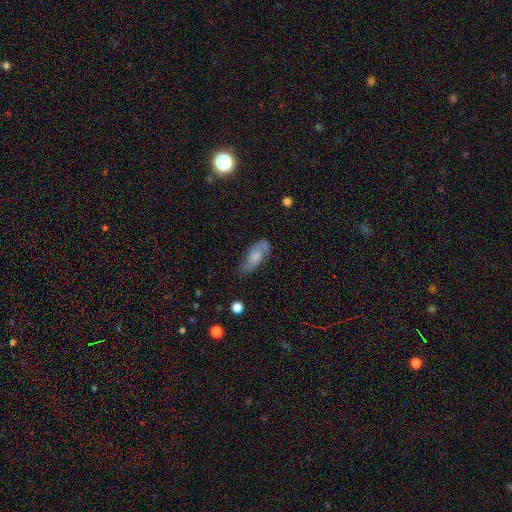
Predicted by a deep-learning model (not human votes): Smooth or featured? smooth (54%)
How rounded? in between (82%)
Merging? none (56%)